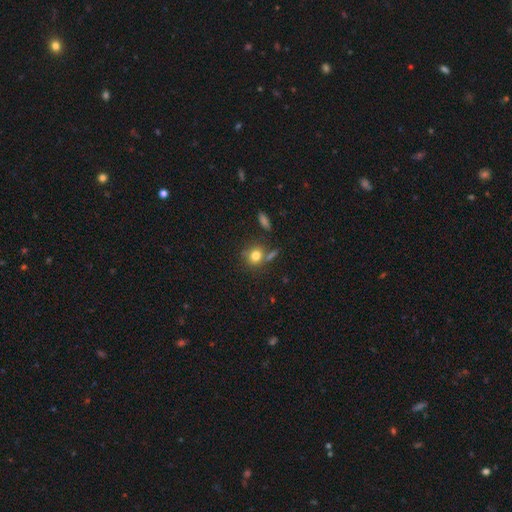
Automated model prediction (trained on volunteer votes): Overall: smooth (78%). How rounded: round (78%). Merging: none (67%).